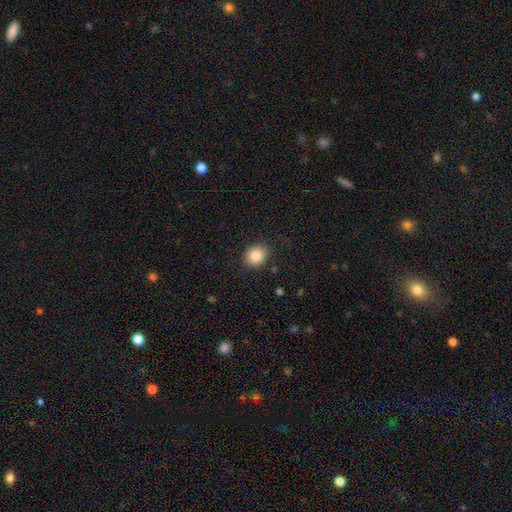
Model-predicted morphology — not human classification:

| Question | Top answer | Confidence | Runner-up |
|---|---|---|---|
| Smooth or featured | smooth | 84% | star or artifact (9%) |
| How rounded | round | 68% | in between (32%) |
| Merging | none | 88% | minor disturbance (9%) |